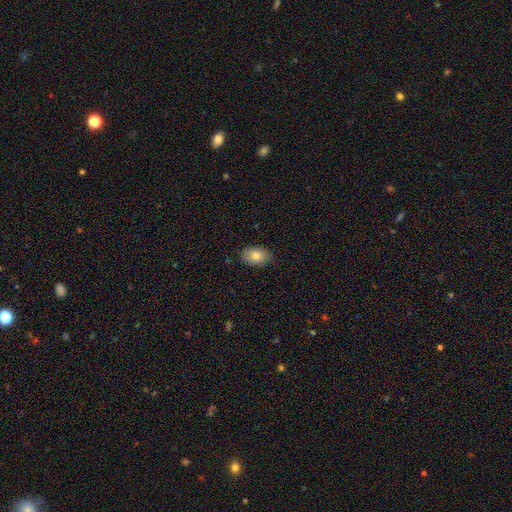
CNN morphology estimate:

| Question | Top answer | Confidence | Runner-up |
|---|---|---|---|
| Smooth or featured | smooth | 80% | featured or disk (12%) |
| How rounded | in between | 86% | round (13%) |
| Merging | none | 84% | minor disturbance (13%) |